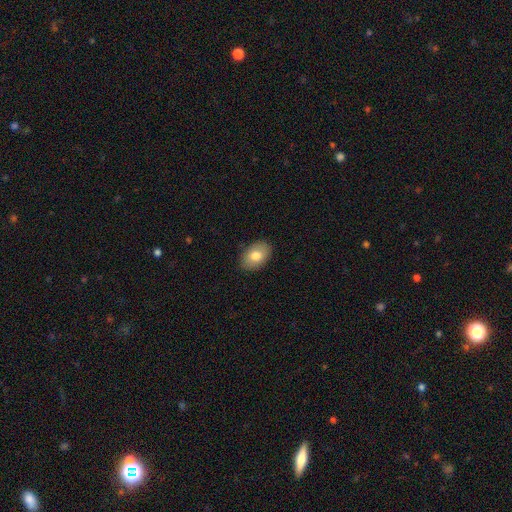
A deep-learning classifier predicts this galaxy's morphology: A smooth galaxy with no disk features (78%) that is in between round and cigar-shaped (87%). Merging: none (88%).